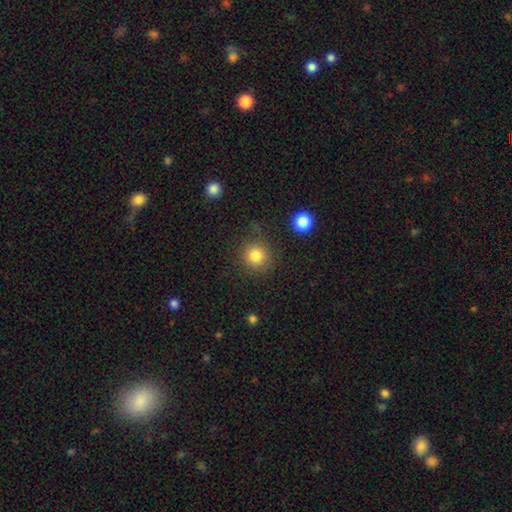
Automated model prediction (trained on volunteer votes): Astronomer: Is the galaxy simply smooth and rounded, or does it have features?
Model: smooth — 83%.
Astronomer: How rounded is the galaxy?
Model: round — 93%.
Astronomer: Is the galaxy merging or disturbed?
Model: none — 82%.